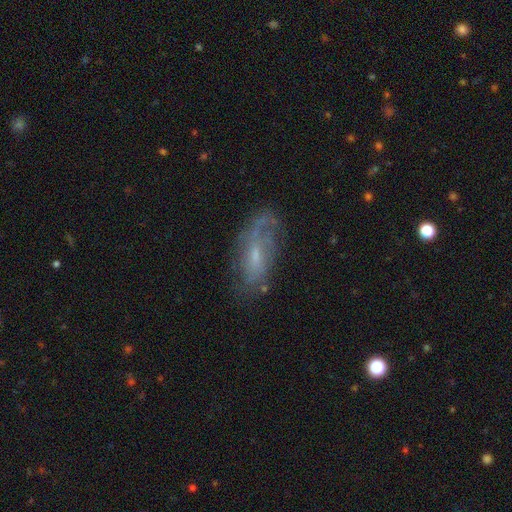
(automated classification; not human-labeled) Smooth or featured?
  - featured or disk: 63% *
  - smooth: 28%
  - star or artifact: 9%
Edge-on disk?
  - no: 89% *
  - yes: 11%
Bar?
  - no: 51% *
  - weak: 41%
  - strong: 7%
Spiral arms?
  - yes: 77% *
  - no: 23%
Bulge size?
  - small: 56% *
  - moderate: 31%
  - none: 10%
  - large: 2%
  - dominant: 1%
Merging?
  - none: 63% *
  - minor disturbance: 22%
  - major disturbance: 13%
  - merger: 2%